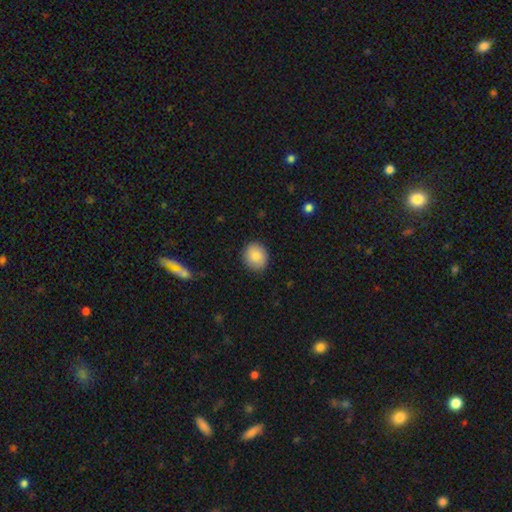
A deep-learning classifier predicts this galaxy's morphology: smooth_or_featured: smooth (p=0.88) [alt: star or artifact p=0.07]
how_rounded: round (p=0.72) [alt: in between p=0.27]
merging: none (p=0.87) [alt: minor disturbance p=0.09]